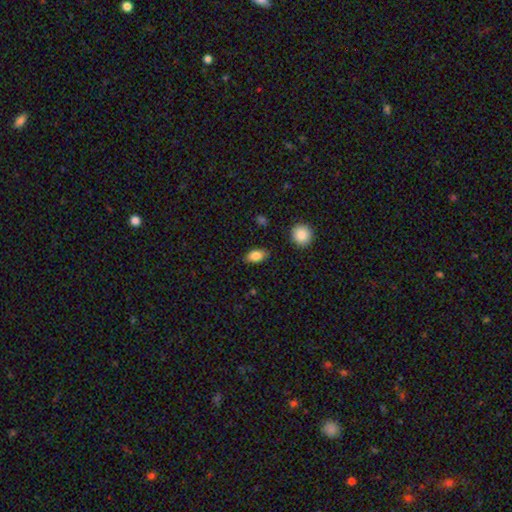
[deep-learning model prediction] smooth-or-featured: smooth: 84% | star or artifact: 8% | featured or disk: 8%
  how-rounded: in between: 86% | round: 11% | cigar-shaped: 3%
  merging: none: 84% | minor disturbance: 11% | major disturbance: 3% | merger: 2%